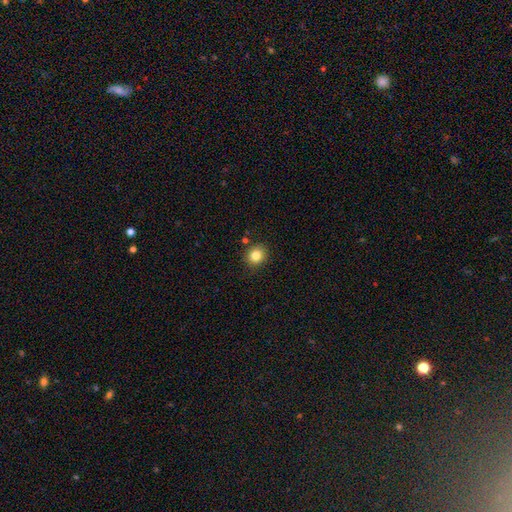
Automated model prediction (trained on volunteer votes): This appears to be a smooth galaxy with no disk features (83%) that is round (80%). Merging: none (86%).